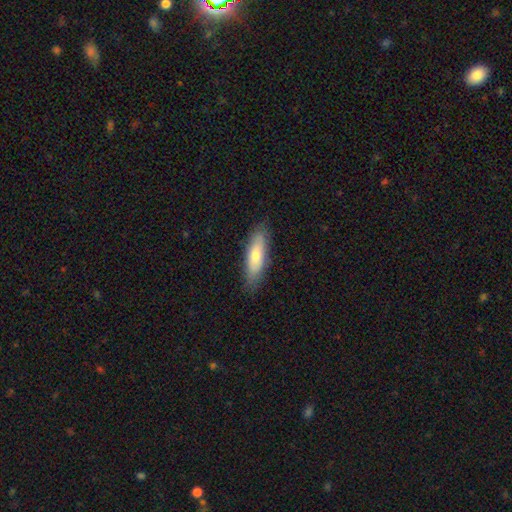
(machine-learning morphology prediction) This is likely a smooth galaxy (70%). How rounded: possibly cigar-shaped (56%). Merging: clearly none (84%).